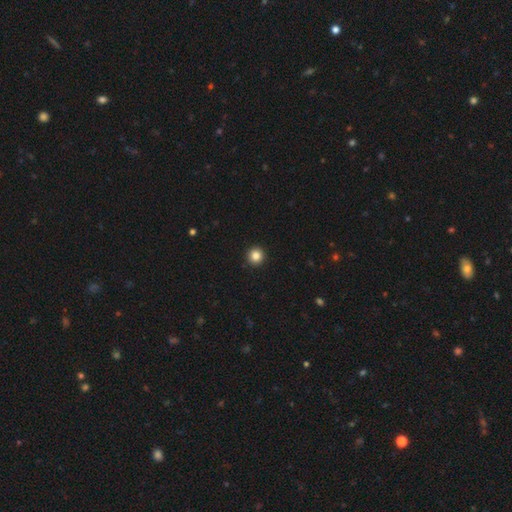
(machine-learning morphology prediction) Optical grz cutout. It shows a smooth galaxy with no disk features (85%) that is round (96%). Merging: none (94%).